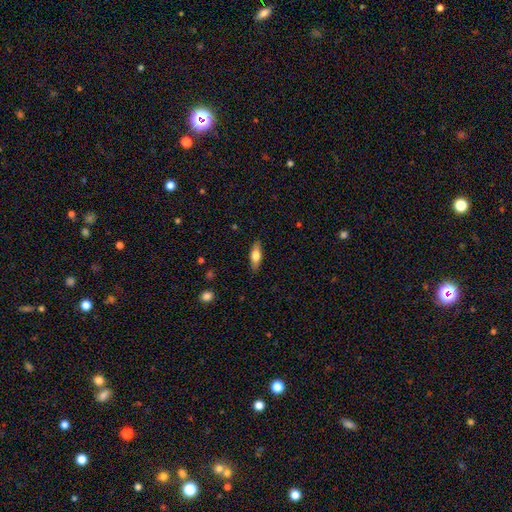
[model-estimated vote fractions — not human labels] Smooth or featured? smooth (68%)
How rounded? in between (60%)
Merging? none (87%)